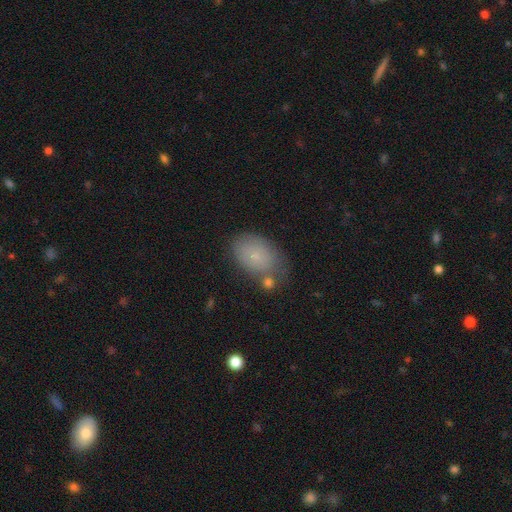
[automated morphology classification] smooth-or-featured: smooth: 74% | featured or disk: 14% | star or artifact: 12%
  how-rounded: in between: 84% | round: 15% | cigar-shaped: 2%
  merging: none: 66% | minor disturbance: 19% | merger: 10% | major disturbance: 5%